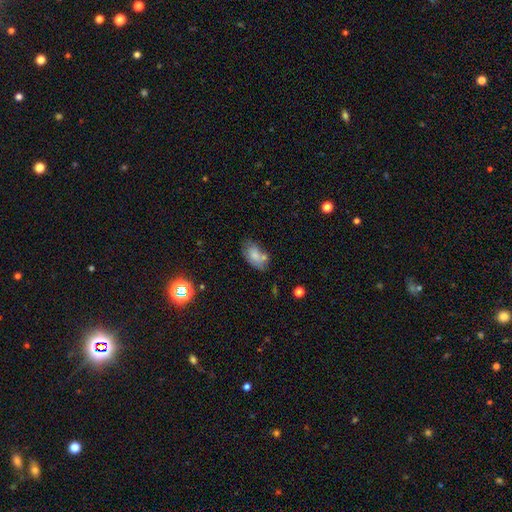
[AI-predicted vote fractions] Smooth or featured? Predicted: smooth (p=0.70). How rounded? Predicted: in between (p=0.91). Merging? Predicted: none (p=0.48).